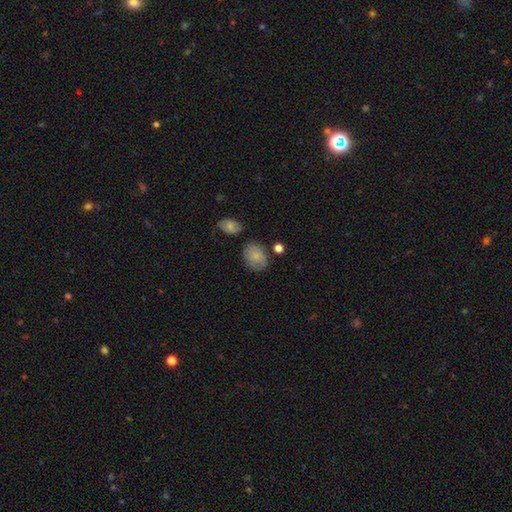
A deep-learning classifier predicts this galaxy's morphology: A smooth galaxy with no disk features (80%) that is in between round and cigar-shaped (61%).

Vote fractions:
- Smooth or featured? smooth: 80% / featured or disk: 12% / star or artifact: 8%
- How rounded? in between: 61% / round: 38% / cigar-shaped: 1%
- Merging? none: 68% / minor disturbance: 21% / major disturbance: 6% / merger: 6%